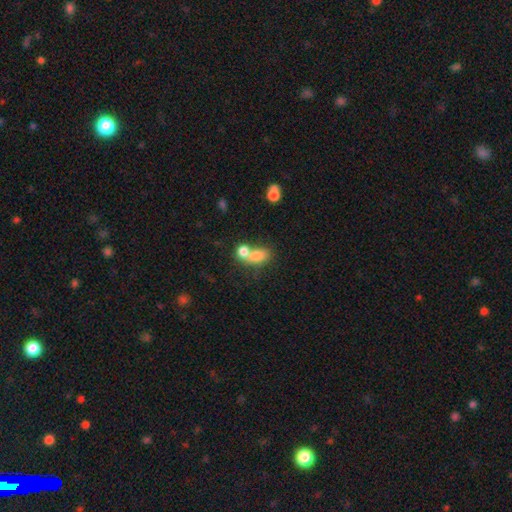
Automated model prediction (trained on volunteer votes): A smooth galaxy with no disk features (77%) that is in between round and cigar-shaped (70%).

Vote fractions:
- Smooth or featured? smooth: 77% / featured or disk: 12% / star or artifact: 11%
- How rounded? in between: 70% / round: 27% / cigar-shaped: 3%
- Merging? merger: 55% / none: 29% / minor disturbance: 9% / major disturbance: 6%